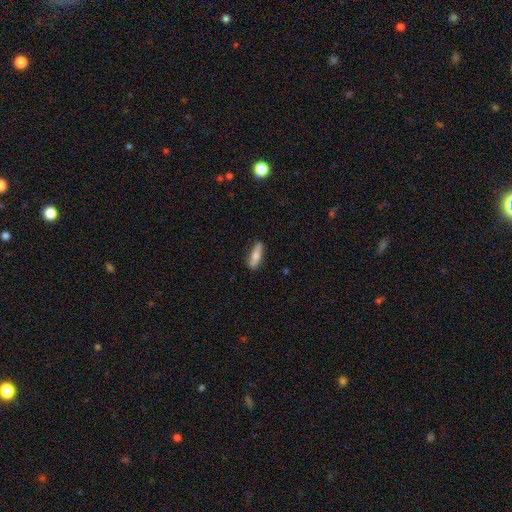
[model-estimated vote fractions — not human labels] Q: Smooth or featured?
A: smooth (57%); runner-up: featured or disk (37%)
Q: How rounded?
A: cigar-shaped (58%); runner-up: in between (39%)
Q: Merging?
A: none (82%); runner-up: minor disturbance (14%)